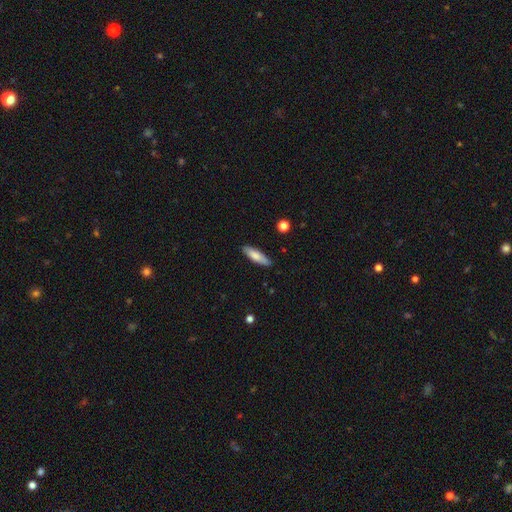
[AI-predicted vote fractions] This appears to be a smooth galaxy with no disk features (79%) that is cigar-shaped (63%). Merging: none (88%).